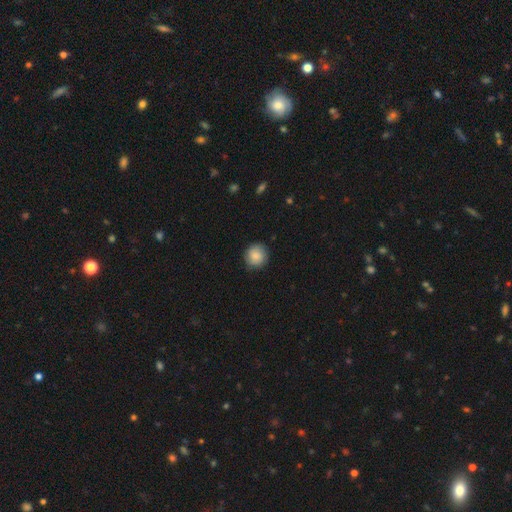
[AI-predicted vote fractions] A smooth galaxy with no disk features (84%) that is round (91%).

Vote fractions:
- Smooth or featured? smooth: 84% / featured or disk: 9% / star or artifact: 7%
- How rounded? round: 91% / in between: 8% / cigar-shaped: 1%
- Merging? none: 85% / minor disturbance: 11% / major disturbance: 3% / merger: 1%